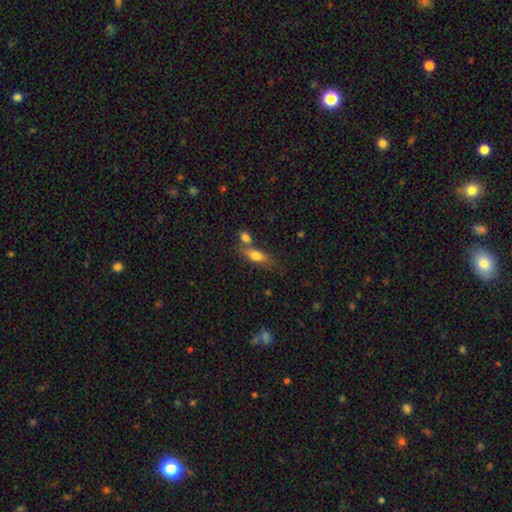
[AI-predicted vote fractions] The model was most divided on "merging": none: 48%, merger: 34%, minor disturbance: 13%, major disturbance: 5%. More confident: smooth or featured — smooth (73%); how rounded — in between (68%).